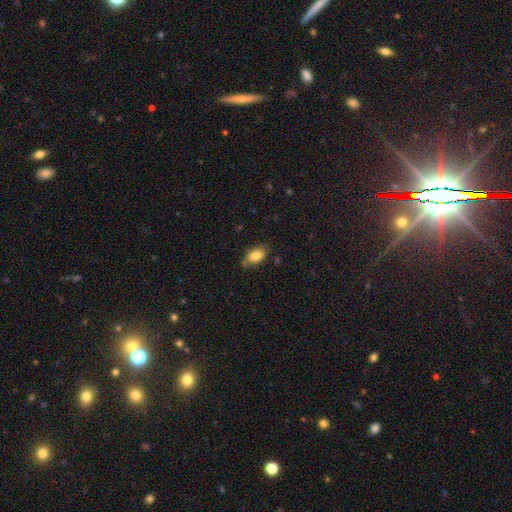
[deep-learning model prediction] Morphology: type=smooth (81%); roundness=in between (90%); merging=none (71%).